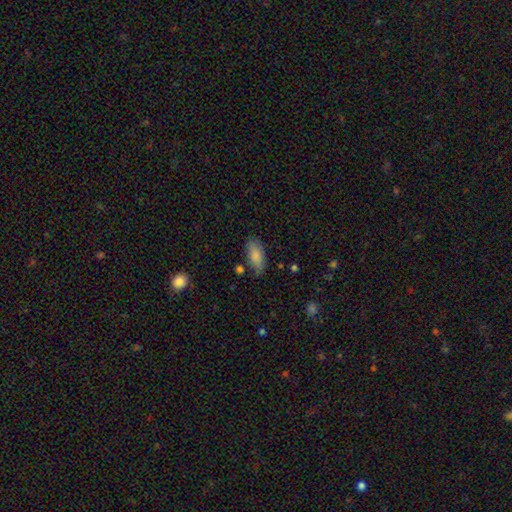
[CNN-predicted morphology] smooth-or-featured: smooth: 85% | featured or disk: 8% | star or artifact: 7%
  how-rounded: in between: 86% | cigar-shaped: 12% | round: 2%
  merging: none: 74% | minor disturbance: 18% | major disturbance: 4% | merger: 4%